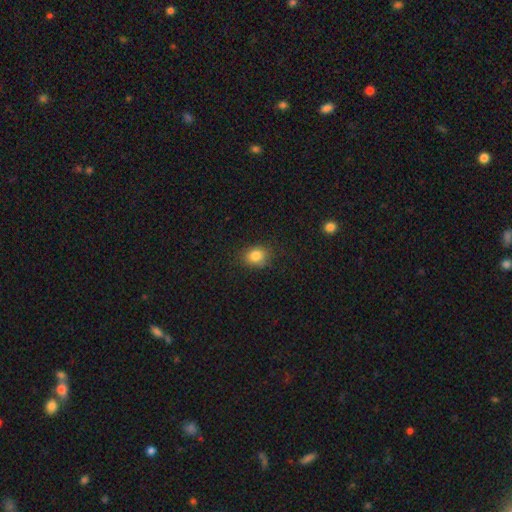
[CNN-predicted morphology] This is clearly a smooth galaxy (83%). How rounded: possibly round (56%). Merging: clearly none (83%).